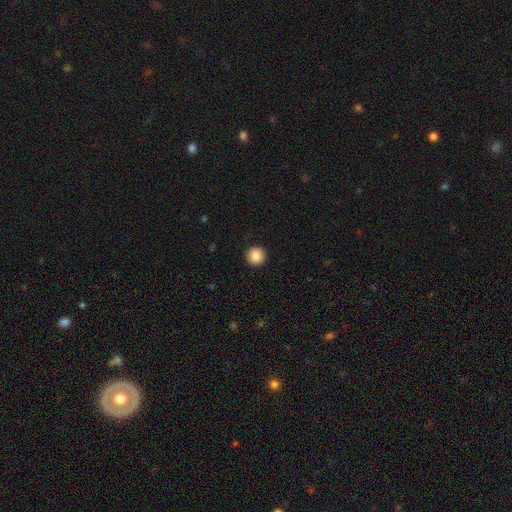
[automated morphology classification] Smooth or featured?
  - smooth: 88% *
  - star or artifact: 9%
  - featured or disk: 3%
How rounded?
  - round: 96% *
  - in between: 3%
  - cigar-shaped: 1%
Merging?
  - none: 93% *
  - minor disturbance: 4%
  - major disturbance: 2%
  - merger: 1%